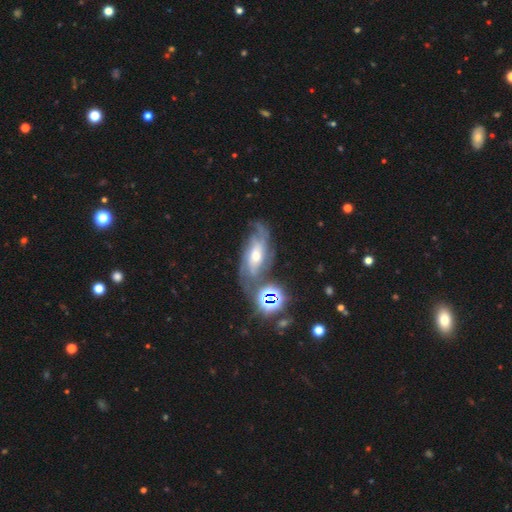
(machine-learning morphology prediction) type=featured or disk (78%); edge-on=no (91%); bar=no (50%); spiral arms=yes (94%); winding=medium (43%); arm count=2 (28%); bulge=moderate (62%); merging=none (61%).